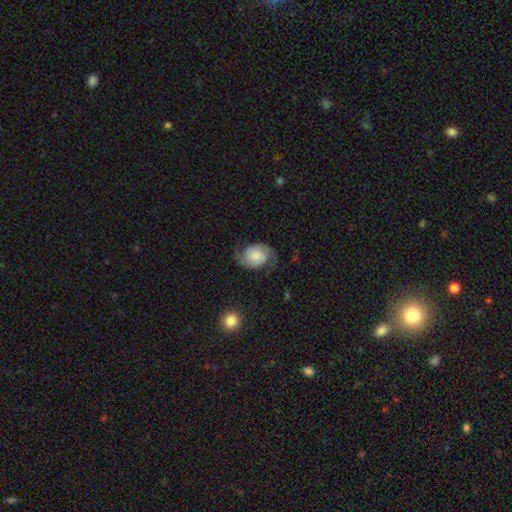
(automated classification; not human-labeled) A featured or disk galaxy (75%) with no bar (72%), 2 (93%) medium (47%) spiral arms (95%) and a small central bulge (24%, tied with moderate). Merging: none (71%).